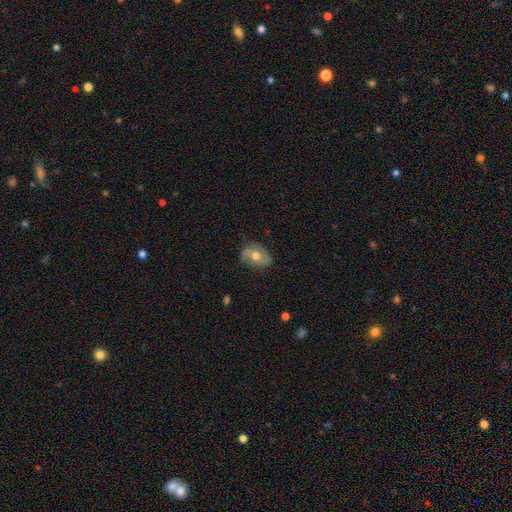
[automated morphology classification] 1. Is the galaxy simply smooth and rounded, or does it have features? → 47% featured or disk, 45% smooth, 8% star or artifact.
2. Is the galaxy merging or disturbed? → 67% none, 24% minor disturbance, 7% major disturbance, 2% merger.